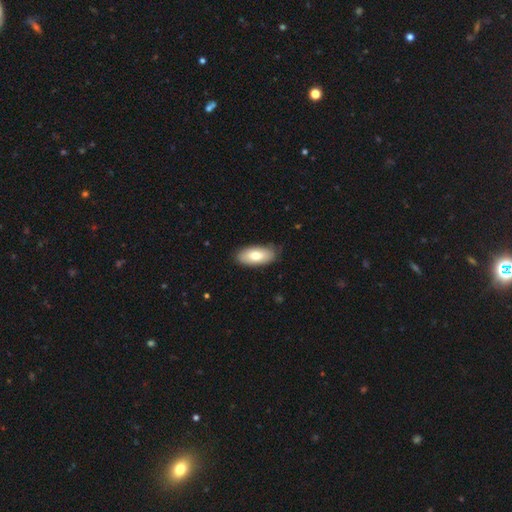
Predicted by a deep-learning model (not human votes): This is likely a smooth galaxy (76%). How rounded: clearly in between (90%). Merging: clearly none (84%).